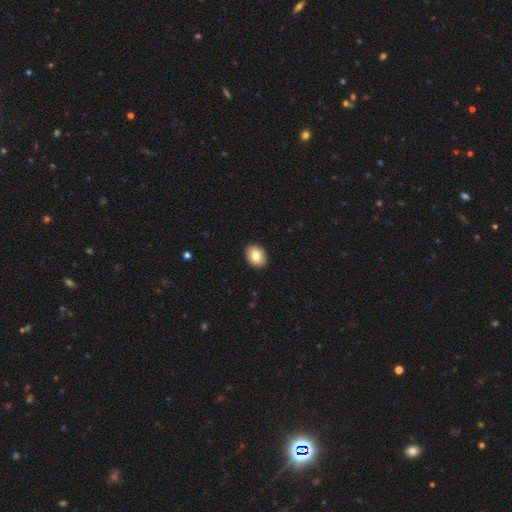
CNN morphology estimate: The model was most divided on "how rounded": in between: 52%, round: 47%, cigar-shaped: 1%. More confident: merging — none (91%); smooth or featured — smooth (80%).